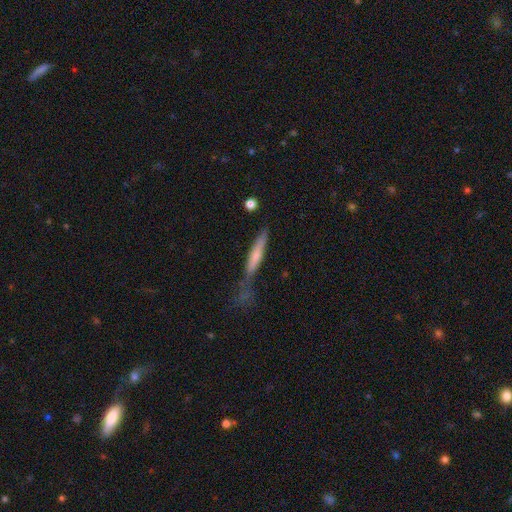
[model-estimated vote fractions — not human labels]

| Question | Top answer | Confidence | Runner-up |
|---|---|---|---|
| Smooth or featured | smooth | 63% | featured or disk (31%) |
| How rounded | cigar-shaped | 91% | in between (7%) |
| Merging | none | 50% | minor disturbance (28%) |